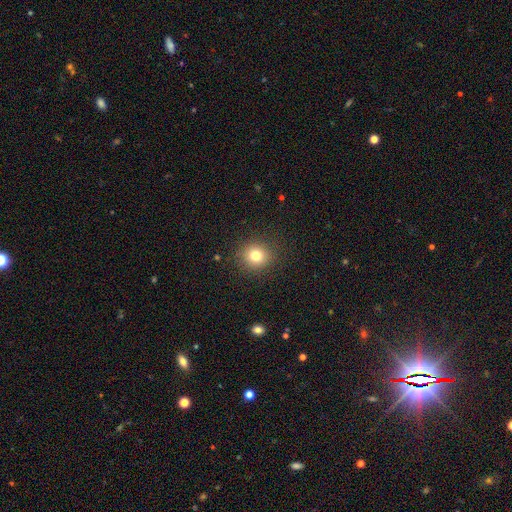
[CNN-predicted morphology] The model was most divided on "smooth or featured": smooth: 79%, star or artifact: 13%, featured or disk: 8%. More confident: merging — none (90%); how rounded — round (88%).